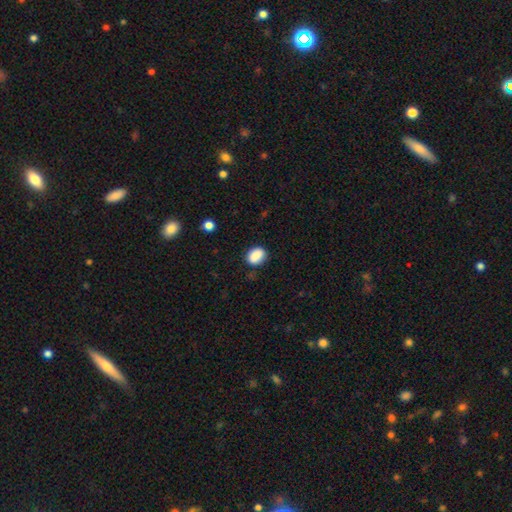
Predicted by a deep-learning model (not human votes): smooth_or_featured: smooth (p=0.88) [alt: star or artifact p=0.08]
how_rounded: in between (p=0.65) [alt: round p=0.33]
merging: none (p=0.81) [alt: minor disturbance p=0.14]